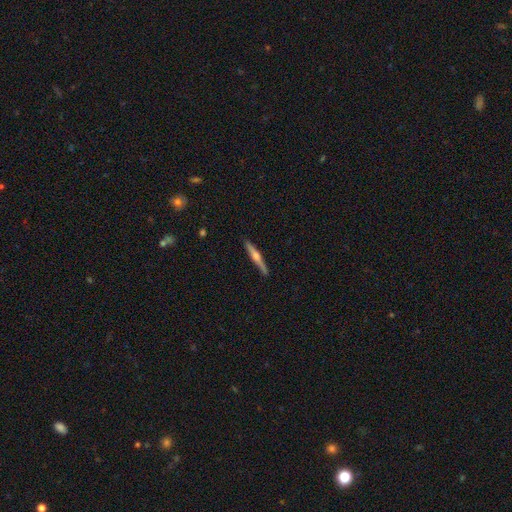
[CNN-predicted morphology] smooth-or-featured: featured or disk: 69% | smooth: 25% | star or artifact: 6%
  disk-edge-on: yes: 98% | no: 2%
    edge-on-bulge: rounded: 88% | none: 7% | boxy: 5%
  merging: none: 91% | minor disturbance: 7% | major disturbance: 1% | merger: 1%